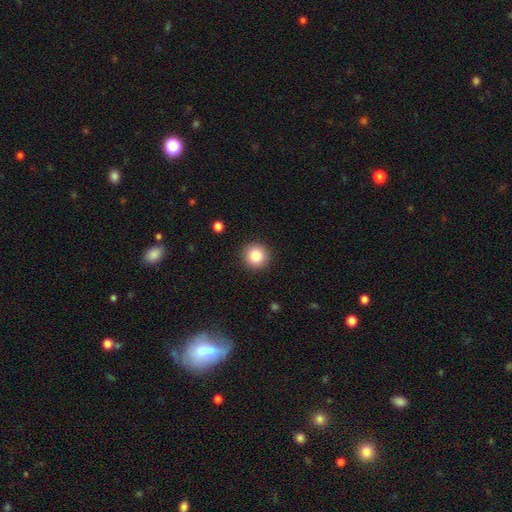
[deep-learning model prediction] smooth 86%, star or artifact 9%, featured or disk 6%. Down the decision tree: how rounded — round (95%); merging — none (91%).